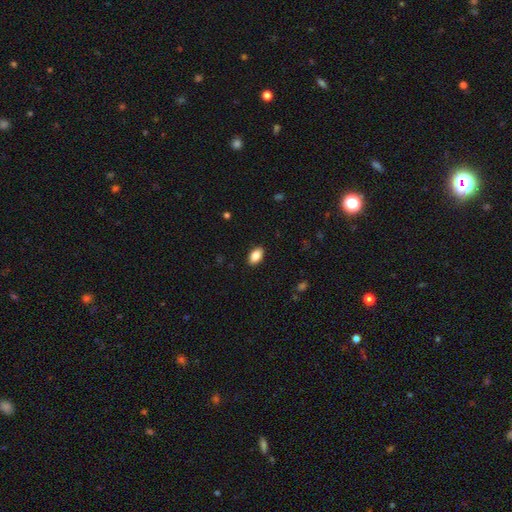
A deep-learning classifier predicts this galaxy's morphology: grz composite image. It shows a smooth galaxy with no disk features (87%) that is in between round and cigar-shaped (92%). Merging: none (89%).